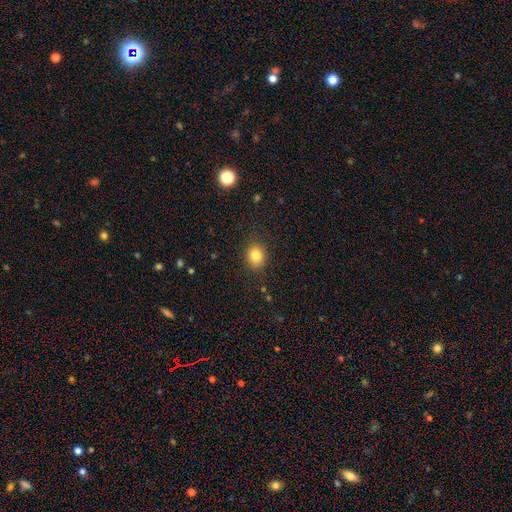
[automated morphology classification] A smooth galaxy with no disk features (82%) that is round (66%). Merging: none (87%).